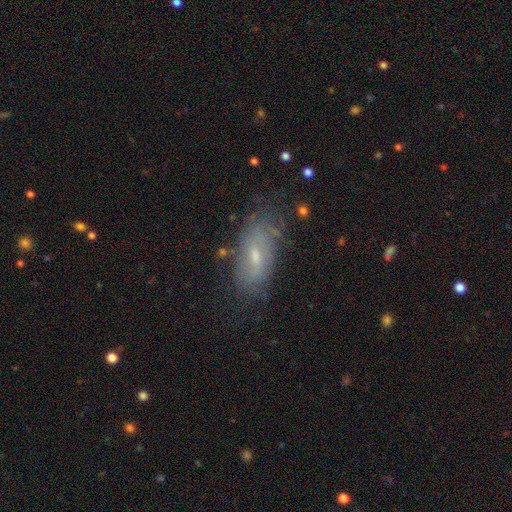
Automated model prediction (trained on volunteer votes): The model was most divided on "smooth or featured": featured or disk: 49%, smooth: 41%, star or artifact: 10%. More confident: merging — none (67%).